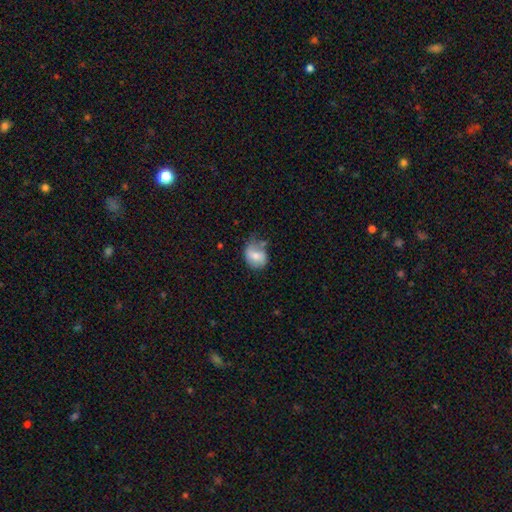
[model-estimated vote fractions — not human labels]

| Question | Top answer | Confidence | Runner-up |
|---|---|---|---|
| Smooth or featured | smooth | 68% | featured or disk (24%) |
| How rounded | in between | 50% | round (48%) |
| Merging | none | 40% | minor disturbance (36%) |